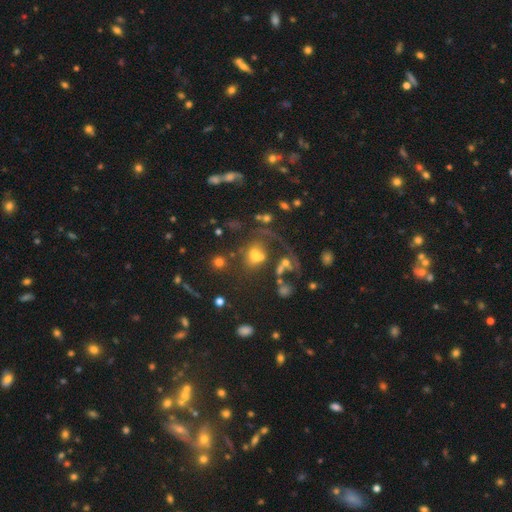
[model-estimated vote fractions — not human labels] The model was most divided on "merging": merger: 38%, none: 27%, major disturbance: 24%, minor disturbance: 11%. Remaining: smooth or featured — smooth (47%).